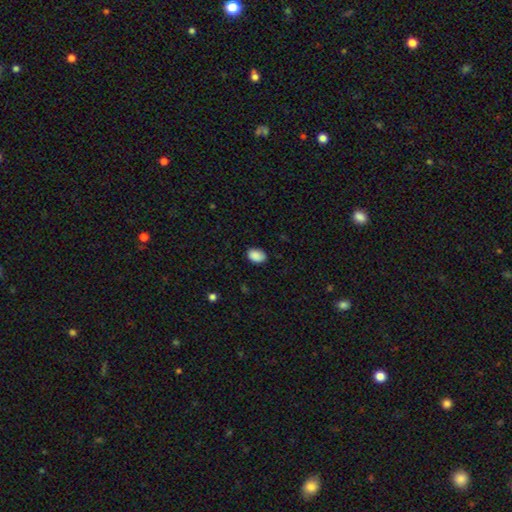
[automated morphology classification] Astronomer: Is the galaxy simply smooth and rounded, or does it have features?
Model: smooth — 89%.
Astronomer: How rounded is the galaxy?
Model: in between — 84%.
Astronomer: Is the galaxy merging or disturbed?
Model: none — 83%.